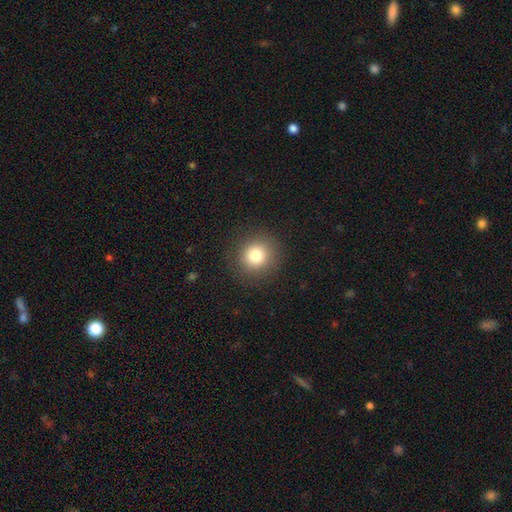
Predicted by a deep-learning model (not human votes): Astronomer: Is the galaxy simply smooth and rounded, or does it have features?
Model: smooth — 80%.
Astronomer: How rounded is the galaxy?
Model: round — 92%.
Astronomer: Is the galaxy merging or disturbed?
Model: none — 90%.